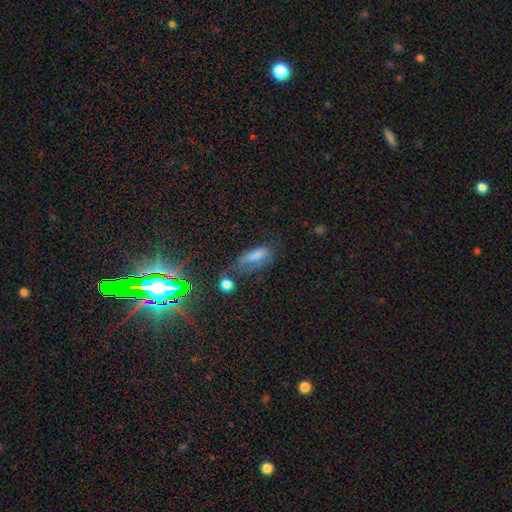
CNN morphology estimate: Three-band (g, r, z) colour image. It shows a smooth galaxy with no disk features (58%) that is in between round and cigar-shaped (62%). Merging: none (49%).